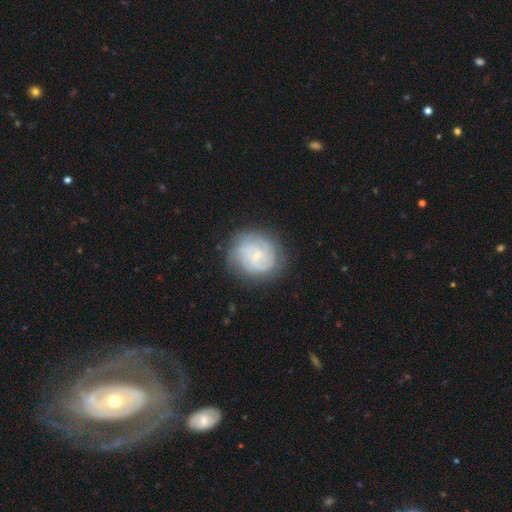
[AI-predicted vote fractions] Smooth or featured: featured or disk — 71% (smooth — 22%)
Edge-on disk: no — 98% (yes — 2%)
Bar: no — 64% (weak — 31%)
Spiral arms: yes — 92% (no — 8%)
Spiral winding: tight — 65% (medium — 28%)
Spiral arm count: can't tell — 36% (3 — 22%)
Bulge size: small — 75% (moderate — 15%)
Merging: none — 78% (minor disturbance — 15%)